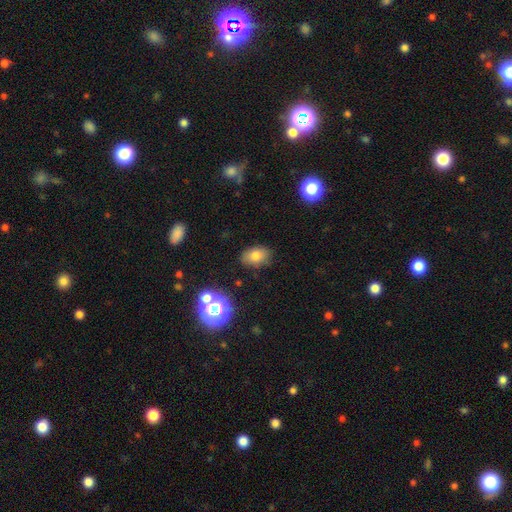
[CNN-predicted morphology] Smooth or featured?
  - smooth: 76% *
  - star or artifact: 13%
  - featured or disk: 11%
How rounded?
  - in between: 82% *
  - round: 17%
  - cigar-shaped: 1%
Merging?
  - none: 83% *
  - minor disturbance: 11%
  - major disturbance: 3%
  - merger: 2%